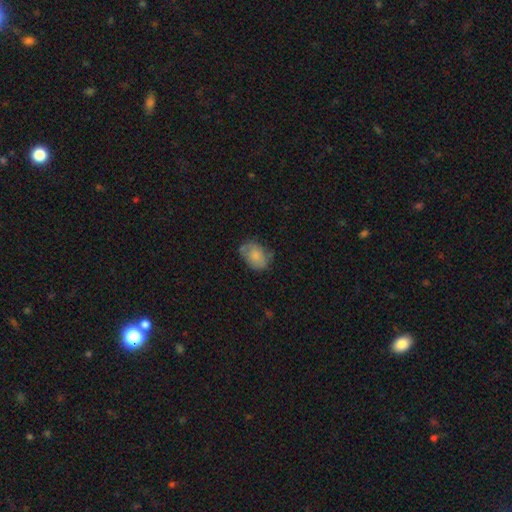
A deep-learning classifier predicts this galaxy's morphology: Smooth or featured? Predicted: smooth (p=0.75). How rounded? Predicted: in between (p=0.77). Merging? Predicted: none (p=0.57).